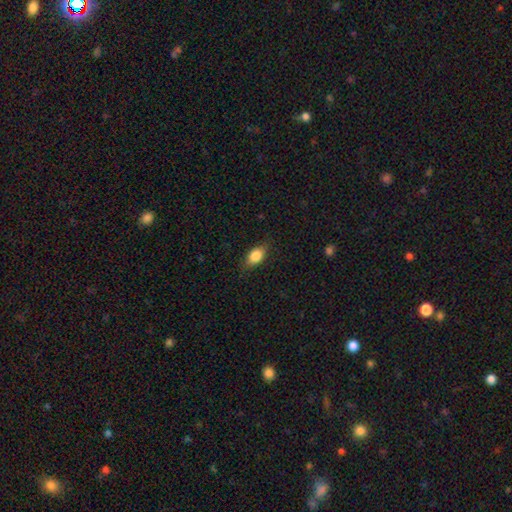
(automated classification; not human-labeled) Smooth or featured? Predicted: smooth (p=0.82). How rounded? Predicted: in between (p=0.82). Merging? Predicted: none (p=0.80).